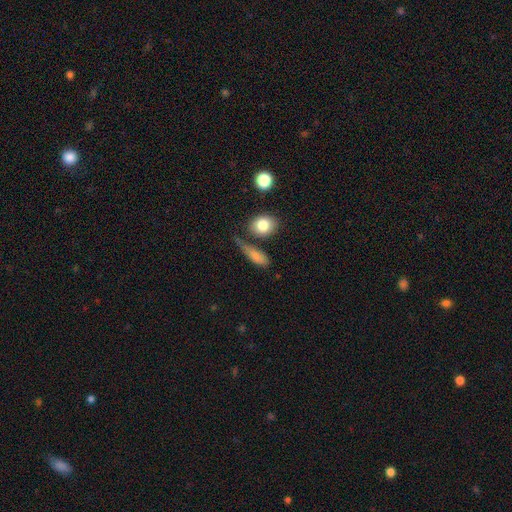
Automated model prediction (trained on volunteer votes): This is likely a smooth galaxy (79%). How rounded: likely in between (60%). Merging: possibly none (51%).